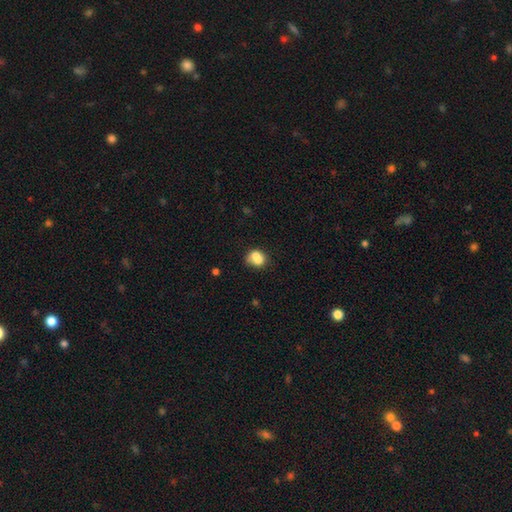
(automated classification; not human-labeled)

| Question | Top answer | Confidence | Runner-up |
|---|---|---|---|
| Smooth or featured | smooth | 74% | featured or disk (16%) |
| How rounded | round | 53% | in between (46%) |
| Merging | merger | 40% | none (37%) |